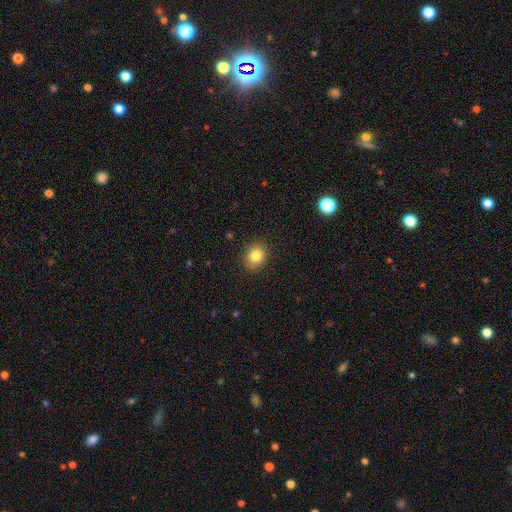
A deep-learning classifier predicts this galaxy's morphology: Smooth or featured?
  - smooth: 83% *
  - star or artifact: 10%
  - featured or disk: 7%
How rounded?
  - round: 63% *
  - in between: 36%
  - cigar-shaped: 1%
Merging?
  - none: 83% *
  - minor disturbance: 13%
  - major disturbance: 3%
  - merger: 1%